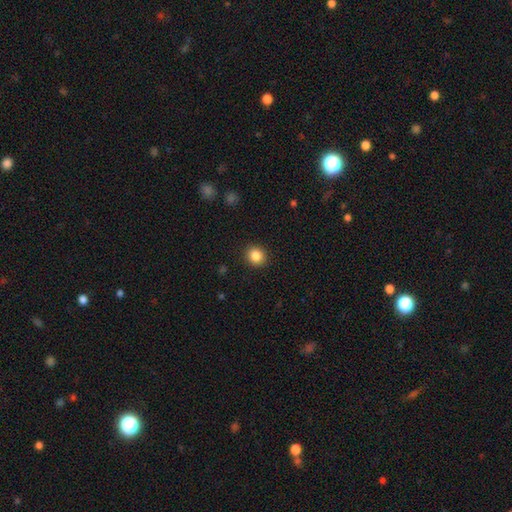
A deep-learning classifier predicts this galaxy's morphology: Smooth or featured: smooth — 85% (star or artifact — 10%)
How rounded: round — 85% (in between — 14%)
Merging: none — 91% (minor disturbance — 6%)